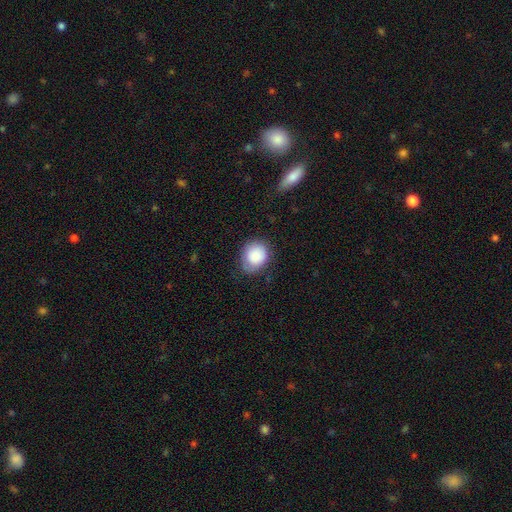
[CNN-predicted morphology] A smooth galaxy with no disk features (85%) that is round (64%).

Vote fractions:
- Smooth or featured? smooth: 85% / featured or disk: 8% / star or artifact: 7%
- How rounded? round: 64% / in between: 35% / cigar-shaped: 1%
- Merging? none: 70% / minor disturbance: 22% / major disturbance: 6% / merger: 1%